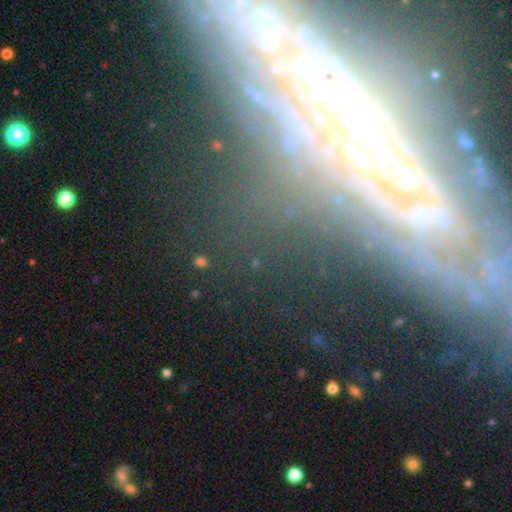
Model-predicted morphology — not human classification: Smooth or featured? featured or disk (43%)
Merging? none (81%)